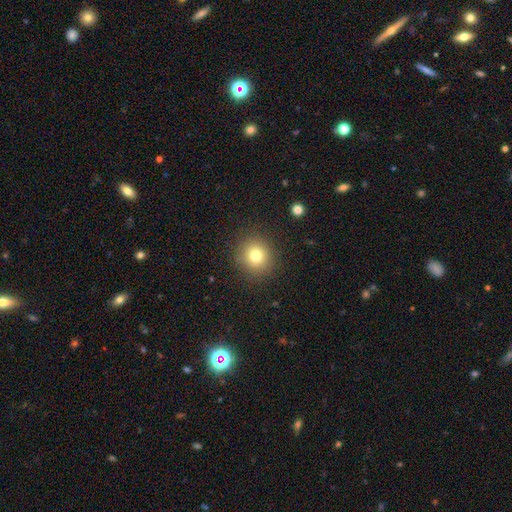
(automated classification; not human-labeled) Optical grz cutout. It shows a smooth galaxy with no disk features (77%) that is round (90%). Merging: none (89%).